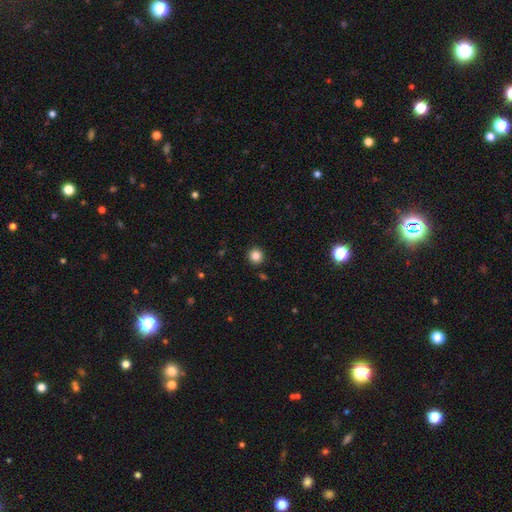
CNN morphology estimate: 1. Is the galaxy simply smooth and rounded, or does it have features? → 84% smooth, 11% star or artifact, 4% featured or disk.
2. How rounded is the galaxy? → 93% round, 6% in between, 1% cigar-shaped.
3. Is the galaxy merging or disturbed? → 92% none, 5% minor disturbance, 2% major disturbance, 1% merger.